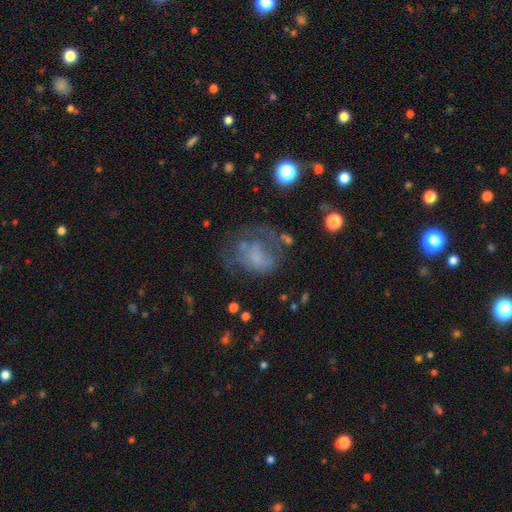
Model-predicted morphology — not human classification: Smooth or featured? featured or disk (46%)
Merging? none (39%)